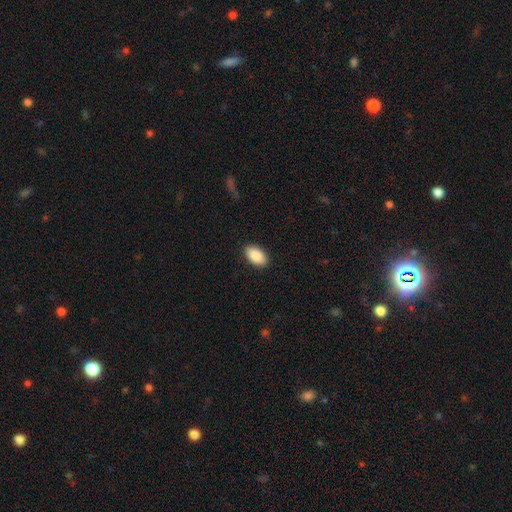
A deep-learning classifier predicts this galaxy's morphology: The model was most divided on "smooth or featured": smooth: 89%, star or artifact: 6%, featured or disk: 5%. More confident: how rounded — in between (94%); merging — none (90%).